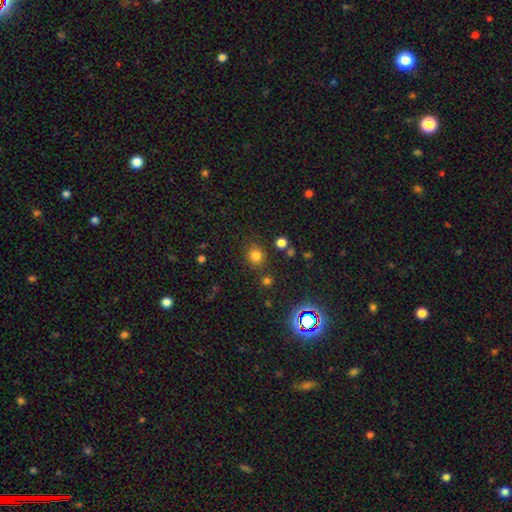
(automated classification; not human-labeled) Morphology: type=smooth (77%); roundness=round (82%); merging=none (82%).